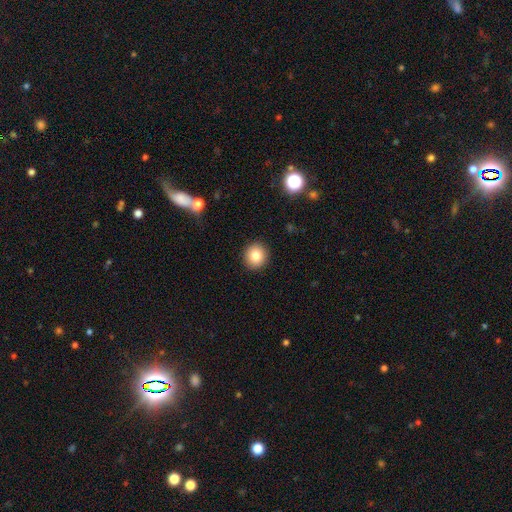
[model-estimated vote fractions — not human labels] The model was most divided on "smooth or featured": smooth: 83%, star or artifact: 10%, featured or disk: 7%. More confident: merging — none (92%); how rounded — round (92%).